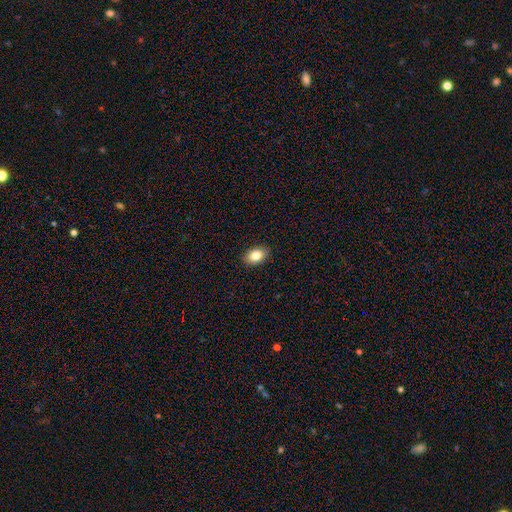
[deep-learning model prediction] This appears to be a smooth galaxy with no disk features (83%) that is in between round and cigar-shaped (87%). Merging: none (89%).